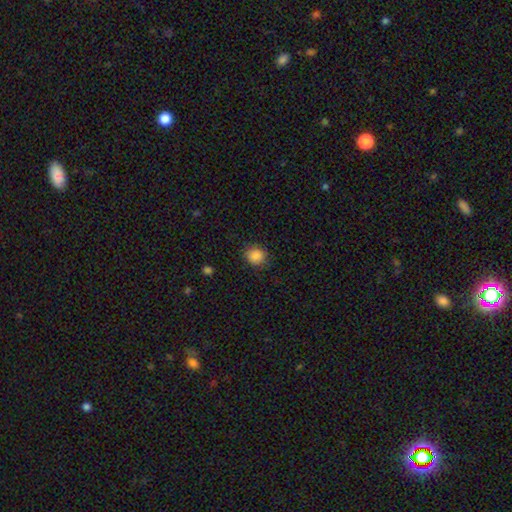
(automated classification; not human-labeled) Smooth or featured? Predicted: smooth (p=0.87). How rounded? Predicted: round (p=0.77). Merging? Predicted: none (p=0.83).